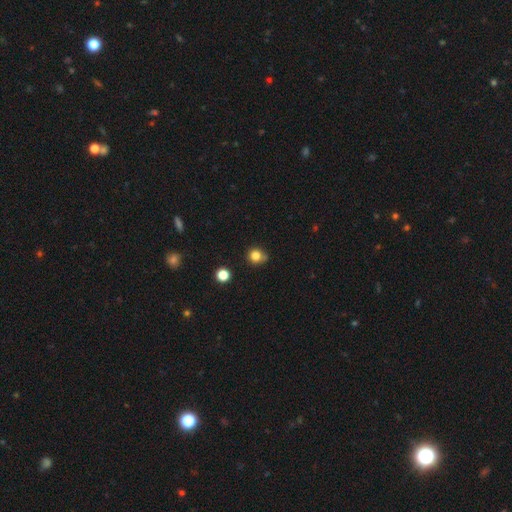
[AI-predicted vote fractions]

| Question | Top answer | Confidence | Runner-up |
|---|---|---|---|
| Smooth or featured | smooth | 81% | star or artifact (13%) |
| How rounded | round | 90% | in between (9%) |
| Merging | none | 73% | minor disturbance (17%) |